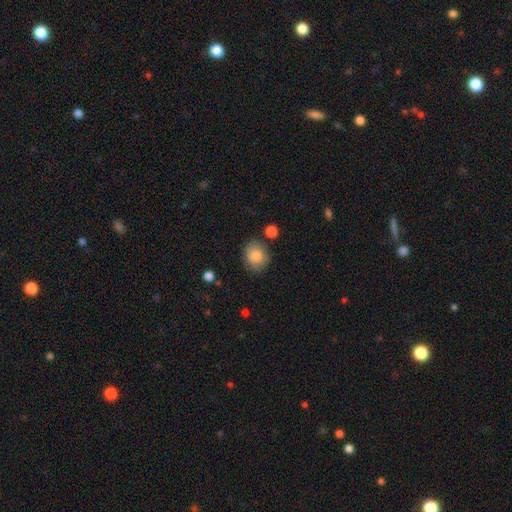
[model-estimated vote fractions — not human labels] This is clearly a smooth galaxy (85%). How rounded: likely round (64%). Merging: likely none (75%).